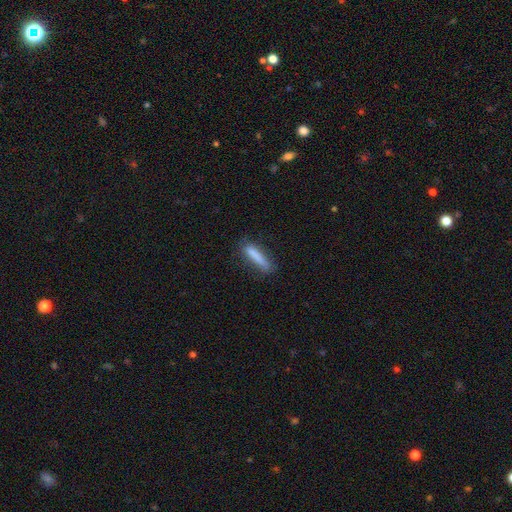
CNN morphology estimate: The model was most divided on "merging": none: 75%, minor disturbance: 18%, major disturbance: 5%, merger: 2%. More confident: how rounded — cigar-shaped (86%); smooth or featured — smooth (80%).